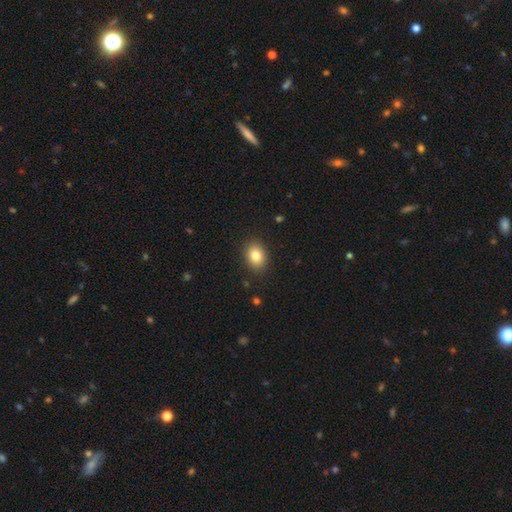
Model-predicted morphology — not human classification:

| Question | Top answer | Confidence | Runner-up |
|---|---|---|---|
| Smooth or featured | smooth | 83% | star or artifact (9%) |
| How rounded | in between | 64% | round (35%) |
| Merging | none | 89% | minor disturbance (8%) |